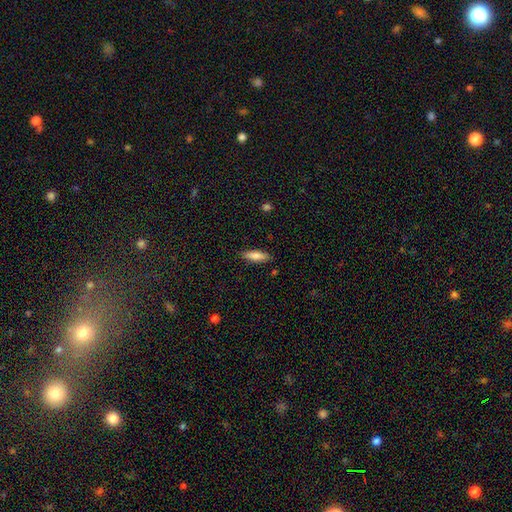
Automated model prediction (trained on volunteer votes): This is likely a smooth galaxy (77%). How rounded: possibly cigar-shaped (52%). Merging: clearly none (86%).